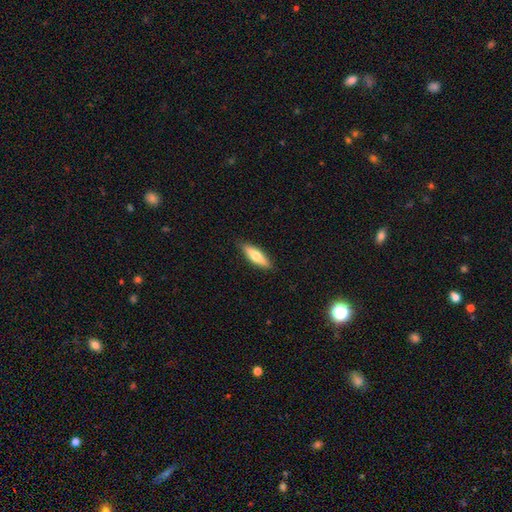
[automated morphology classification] smooth-or-featured: smooth: 68% | featured or disk: 26% | star or artifact: 5%
  how-rounded: cigar-shaped: 55% | in between: 43% | round: 2%
  merging: none: 88% | minor disturbance: 9% | major disturbance: 2% | merger: 1%